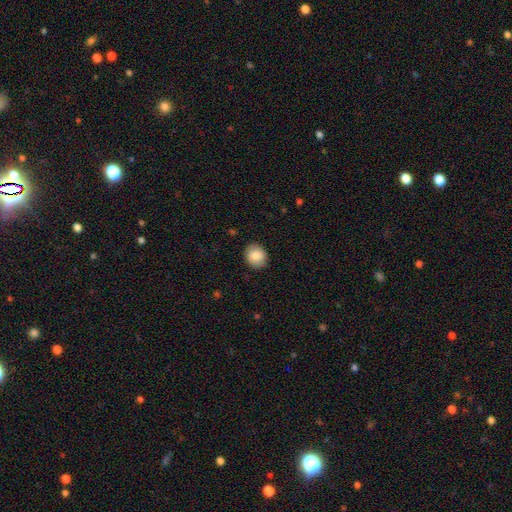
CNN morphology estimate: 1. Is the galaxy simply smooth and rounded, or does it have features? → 86% smooth, 7% star or artifact, 7% featured or disk.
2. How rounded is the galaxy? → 63% round, 36% in between, 1% cigar-shaped.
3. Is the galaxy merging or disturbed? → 89% none, 8% minor disturbance, 2% major disturbance, 1% merger.